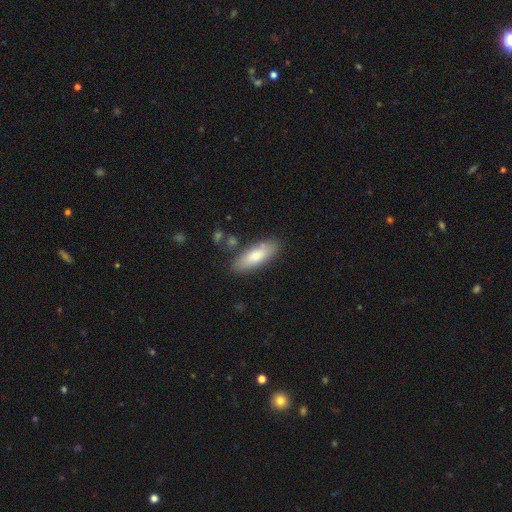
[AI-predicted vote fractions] The model was most divided on "how rounded": in between: 66%, cigar-shaped: 32%, round: 2%. More confident: merging — none (80%); smooth or featured — smooth (77%).